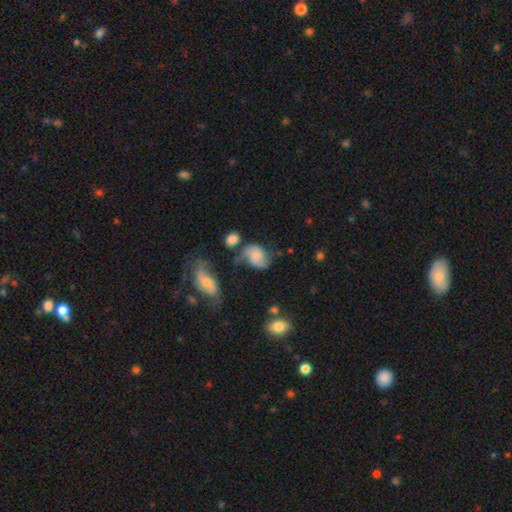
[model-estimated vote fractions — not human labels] Smooth or featured: smooth — 49% (featured or disk — 41%)
Merging: none — 41% (minor disturbance — 27%)